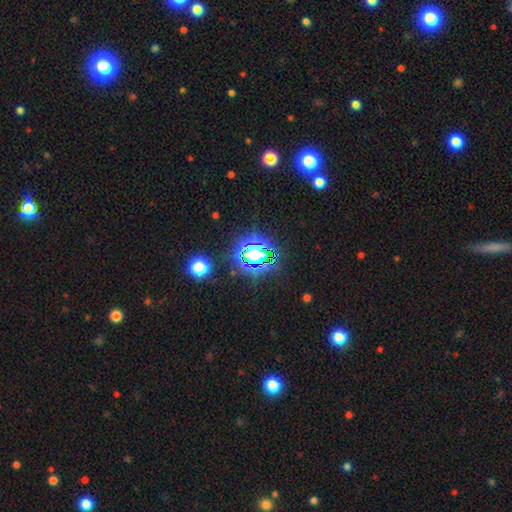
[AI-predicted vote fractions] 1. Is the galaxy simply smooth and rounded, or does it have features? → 70% star or artifact, 20% smooth, 10% featured or disk.